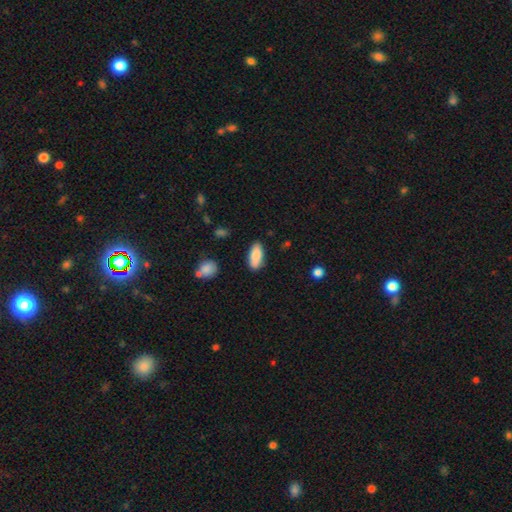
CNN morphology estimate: This appears to be a smooth galaxy with no disk features (87%) that is in between round and cigar-shaped (84%). Merging: none (82%).